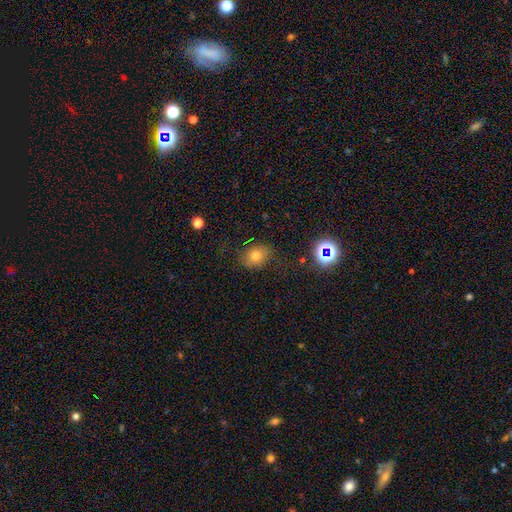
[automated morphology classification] This appears to be a smooth galaxy with no disk features (71%) that is in between round and cigar-shaped (56%). Merging: none (73%).